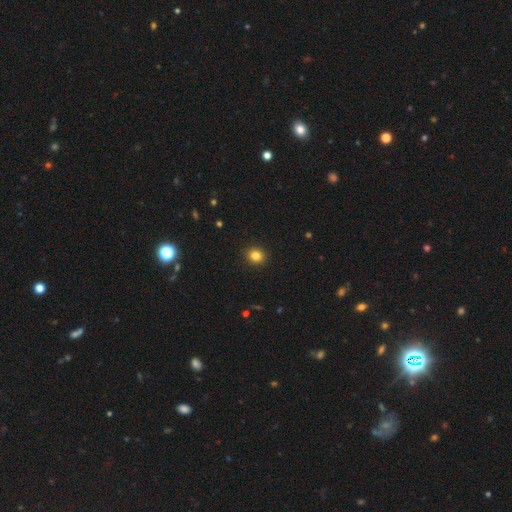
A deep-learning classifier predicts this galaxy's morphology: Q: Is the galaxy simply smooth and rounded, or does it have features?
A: smooth — 84%.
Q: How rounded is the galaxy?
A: round — 79%.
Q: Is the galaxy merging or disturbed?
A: none — 92%.